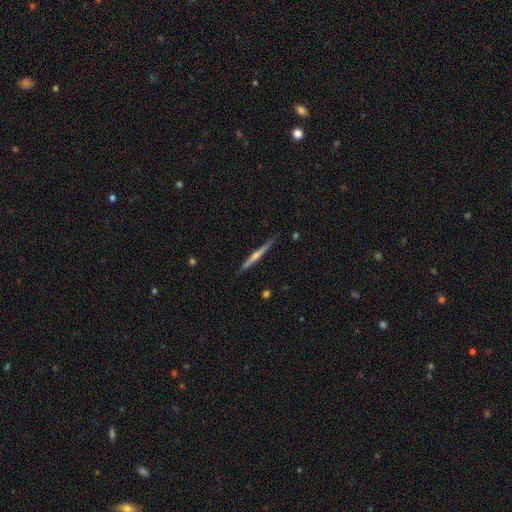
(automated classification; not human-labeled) A featured or disk galaxy (76%) viewed edge-on (98%) with a rounded central bulge (74%). Merging: none (90%).